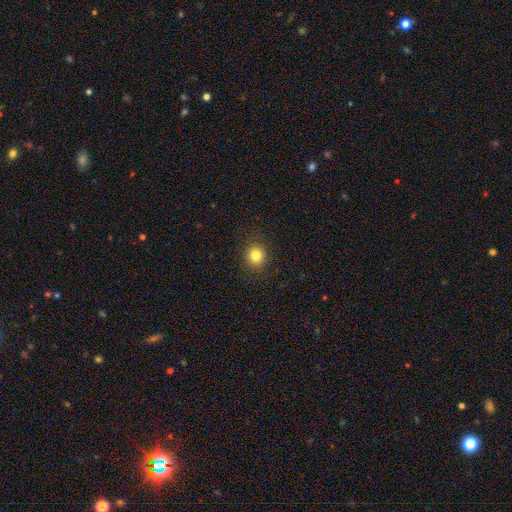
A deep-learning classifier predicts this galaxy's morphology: smooth 82%, star or artifact 12%, featured or disk 6%. Down the decision tree: how rounded — round (87%); merging — none (90%).